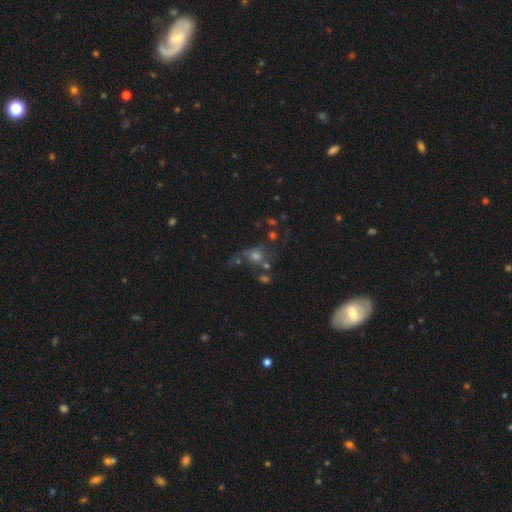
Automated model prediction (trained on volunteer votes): A smooth galaxy with no disk features (38%). Merging: none (37%).